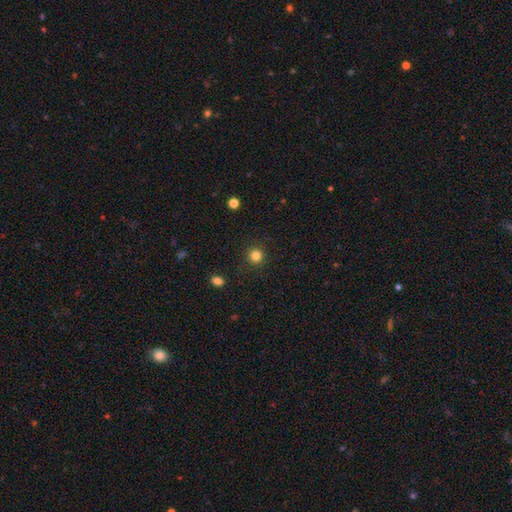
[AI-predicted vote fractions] Overall: smooth (82%). How rounded: round (94%). Merging: none (91%).